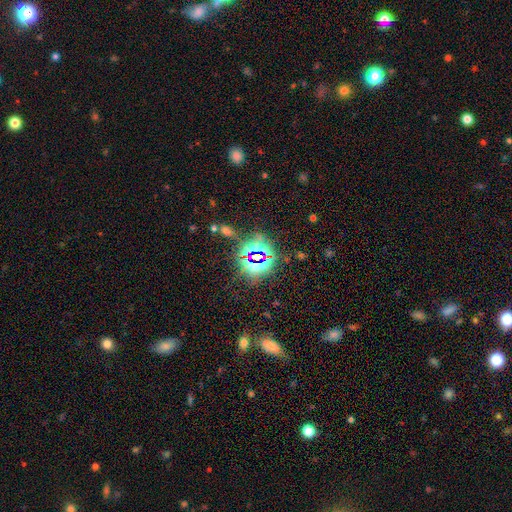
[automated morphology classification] type=star or artifact (80%).